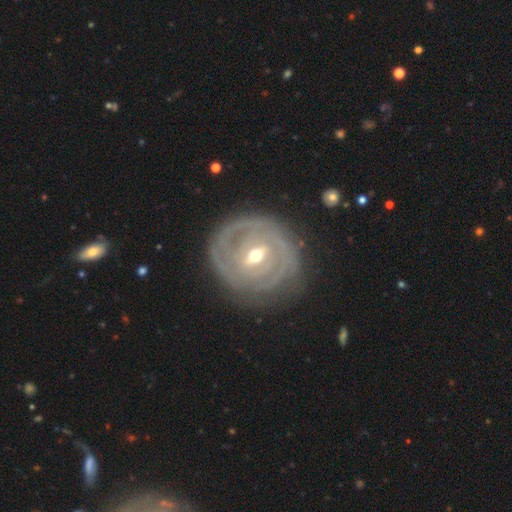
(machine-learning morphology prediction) featured or disk 85%, smooth 10%, star or artifact 5%. Down the decision tree: edge-on disk — no (96%); bar — weak (49%); spiral arms — yes (89%); spiral arm count — can't tell (38%); spiral winding — tight (79%); bulge size — moderate (58%); merging — none (77%).